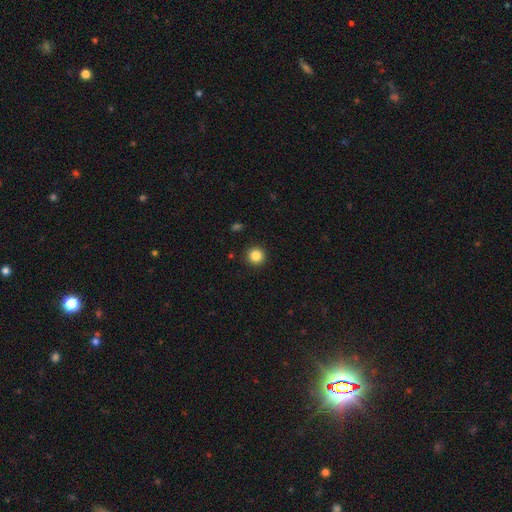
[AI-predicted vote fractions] Smooth or featured? Predicted: smooth (p=0.85). How rounded? Predicted: round (p=0.95). Merging? Predicted: none (p=0.93).